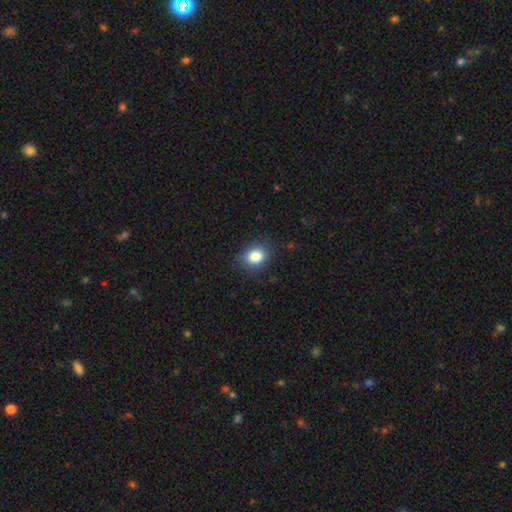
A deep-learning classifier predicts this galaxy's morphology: smooth 84%, star or artifact 10%, featured or disk 6%. Down the decision tree: how rounded — in between (52%); merging — none (81%).